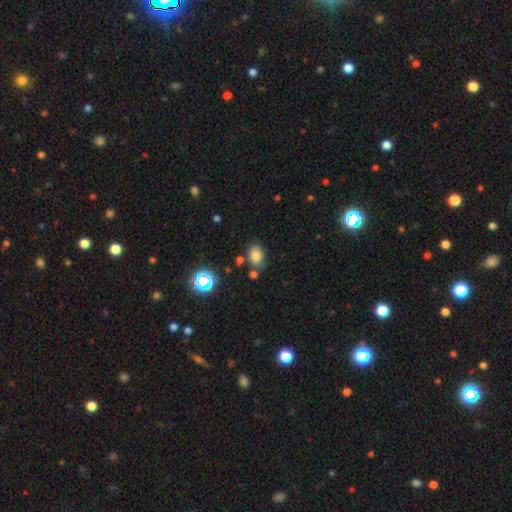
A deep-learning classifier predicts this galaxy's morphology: This appears to be a smooth galaxy with no disk features (77%) that is in between round and cigar-shaped (77%). Merging: none (71%).